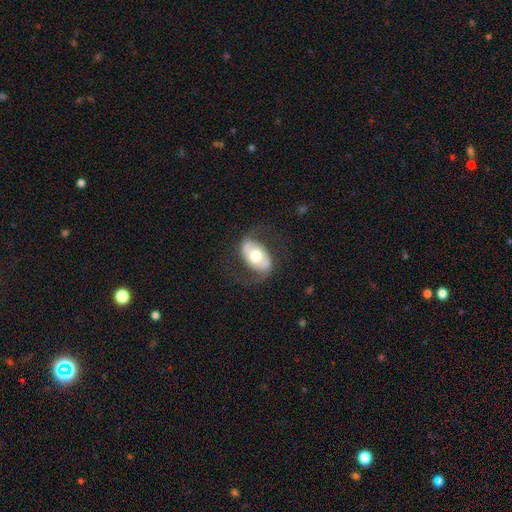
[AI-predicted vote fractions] Smooth or featured: featured or disk — 72% (smooth — 22%)
Edge-on disk: no — 95% (yes — 5%)
Bar: no — 52% (weak — 29%)
Spiral arms: yes — 84% (no — 16%)
Spiral winding: loose — 53% (medium — 36%)
Spiral arm count: 2 — 90% (can't tell — 5%)
Bulge size: moderate — 70% (large — 18%)
Merging: none — 68% (minor disturbance — 16%)